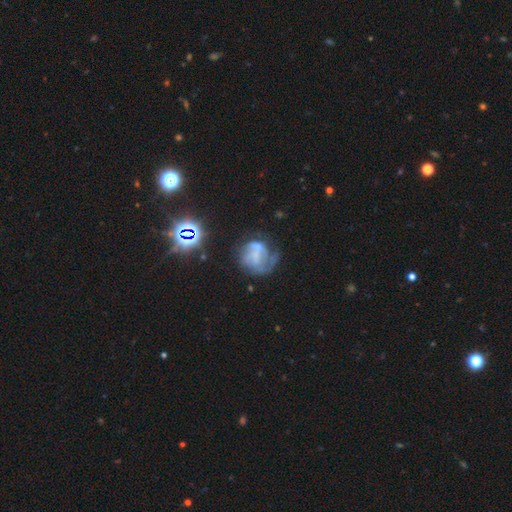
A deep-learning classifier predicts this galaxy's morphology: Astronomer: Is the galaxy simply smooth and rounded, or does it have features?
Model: featured or disk — 56%.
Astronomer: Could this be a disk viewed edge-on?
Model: no — 98%.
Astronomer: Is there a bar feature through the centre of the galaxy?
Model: no — 63%.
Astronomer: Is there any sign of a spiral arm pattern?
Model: yes — 53% (runner-up: no, 47%).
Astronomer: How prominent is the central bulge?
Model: none — 66%.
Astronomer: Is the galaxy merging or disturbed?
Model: none — 38% (runner-up: major disturbance, 34%).